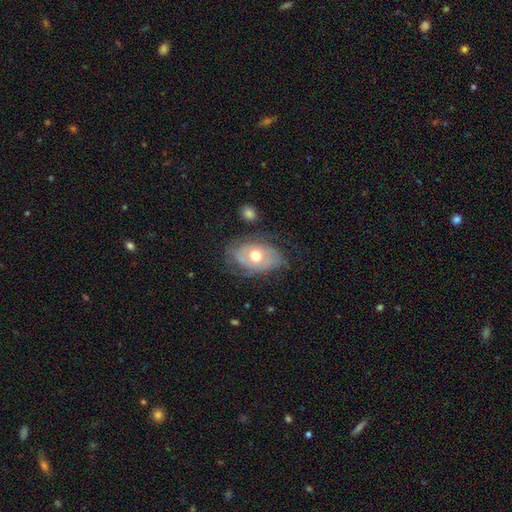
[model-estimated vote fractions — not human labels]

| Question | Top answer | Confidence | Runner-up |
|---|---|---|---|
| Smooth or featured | featured or disk | 61% | smooth (32%) |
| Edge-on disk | no | 93% | yes (7%) |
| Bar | no | 83% | weak (13%) |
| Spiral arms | yes | 61% | no (39%) |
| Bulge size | moderate | 77% | large (13%) |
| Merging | none | 58% | minor disturbance (26%) |